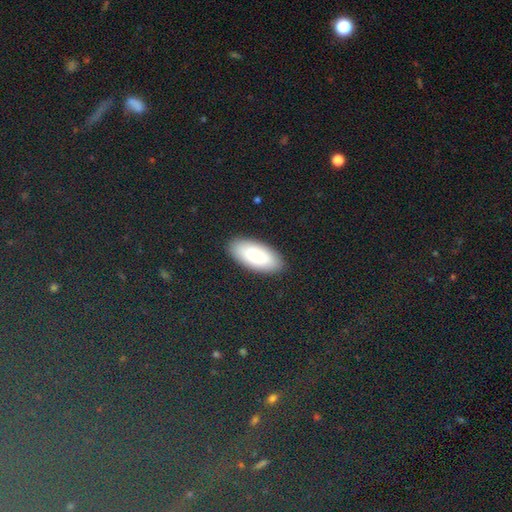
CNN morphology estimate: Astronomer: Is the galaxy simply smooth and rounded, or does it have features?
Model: smooth — 80%.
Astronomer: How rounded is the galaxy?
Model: in between — 88%.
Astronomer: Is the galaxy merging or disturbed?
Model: none — 88%.